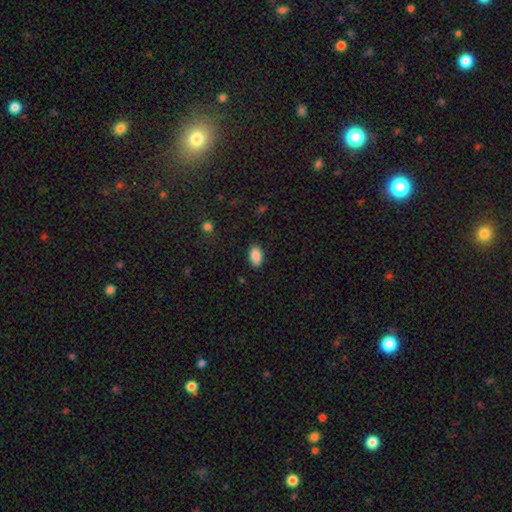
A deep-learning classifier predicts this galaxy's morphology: A smooth galaxy with no disk features (89%) that is in between round and cigar-shaped (93%). Merging: none (87%).